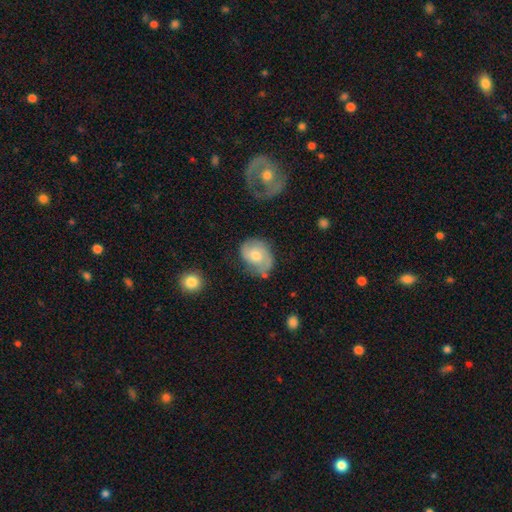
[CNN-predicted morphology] featured or disk 51%, smooth 42%, star or artifact 7%. Down the decision tree: edge-on disk — no (97%); merging — none (57%).